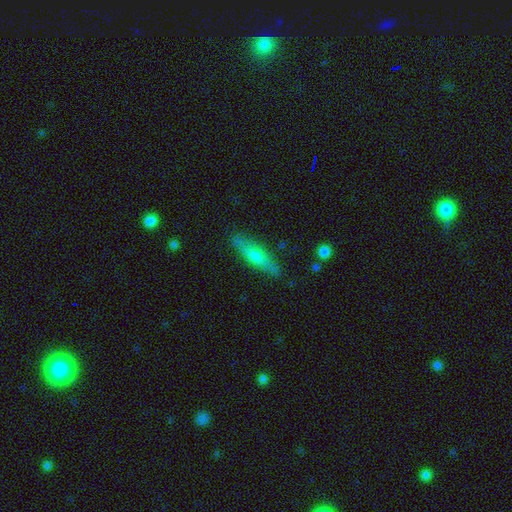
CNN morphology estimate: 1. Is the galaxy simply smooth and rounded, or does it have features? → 53% smooth, 40% featured or disk, 6% star or artifact.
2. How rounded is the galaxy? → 75% cigar-shaped, 23% in between, 2% round.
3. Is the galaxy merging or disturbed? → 85% none, 11% minor disturbance, 2% major disturbance, 2% merger.